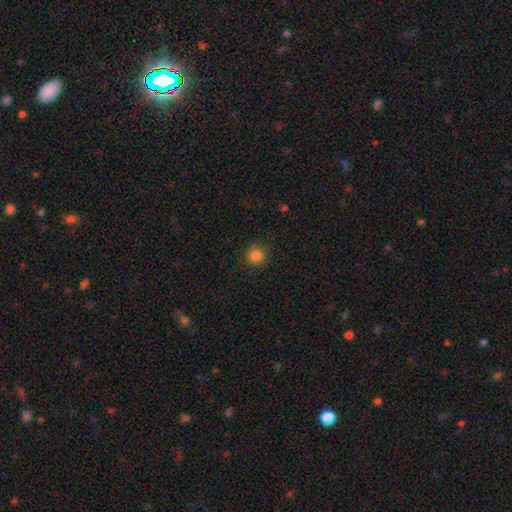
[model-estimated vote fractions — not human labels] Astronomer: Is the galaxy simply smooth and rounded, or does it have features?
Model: smooth — 84%.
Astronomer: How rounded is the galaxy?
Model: round — 92%.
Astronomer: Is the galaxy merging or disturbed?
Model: none — 86%.